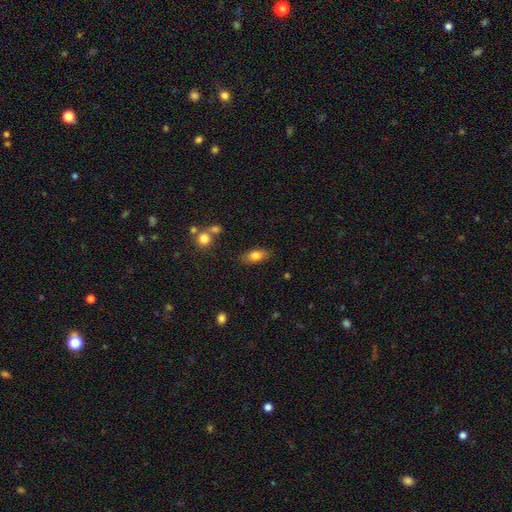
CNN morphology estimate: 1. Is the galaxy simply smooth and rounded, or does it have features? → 79% smooth, 13% featured or disk, 8% star or artifact.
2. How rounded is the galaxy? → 84% in between, 9% cigar-shaped, 7% round.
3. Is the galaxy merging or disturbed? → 80% none, 13% minor disturbance, 3% merger, 3% major disturbance.